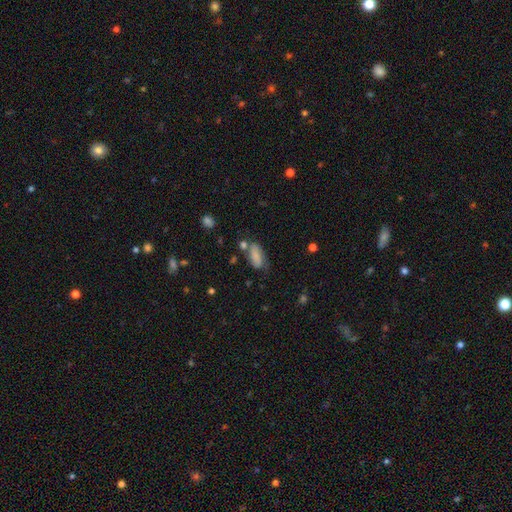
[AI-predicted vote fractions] The model was most divided on "merging": none: 47%, minor disturbance: 27%, major disturbance: 13%, merger: 12%. More confident: how rounded — in between (87%); smooth or featured — smooth (69%).